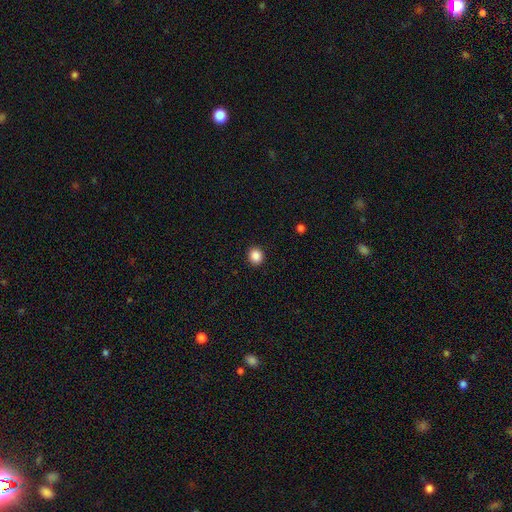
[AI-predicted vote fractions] The model was most divided on "how rounded": round: 85%, in between: 14%, cigar-shaped: 1%. More confident: merging — none (92%); smooth or featured — smooth (88%).